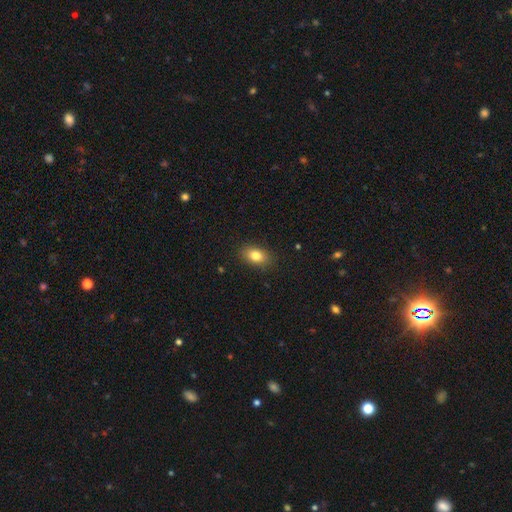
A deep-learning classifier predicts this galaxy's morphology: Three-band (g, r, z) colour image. It shows a smooth galaxy with no disk features (82%) that is in between round and cigar-shaped (83%). Merging: none (87%).